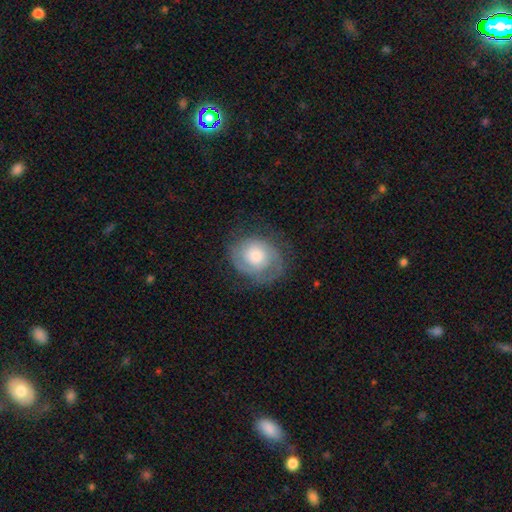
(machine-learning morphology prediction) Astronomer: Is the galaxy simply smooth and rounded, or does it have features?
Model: featured or disk — 65%.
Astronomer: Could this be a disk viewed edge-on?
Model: no — 97%.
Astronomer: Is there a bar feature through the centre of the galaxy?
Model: no — 78%.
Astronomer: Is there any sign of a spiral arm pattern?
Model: yes — 87%.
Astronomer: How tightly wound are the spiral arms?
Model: tight — 59%.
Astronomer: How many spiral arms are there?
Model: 2 — 51% (runner-up: can't tell, 26%).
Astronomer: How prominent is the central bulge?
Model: moderate — 49% (runner-up: large, 27%).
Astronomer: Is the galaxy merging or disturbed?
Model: none — 69%.